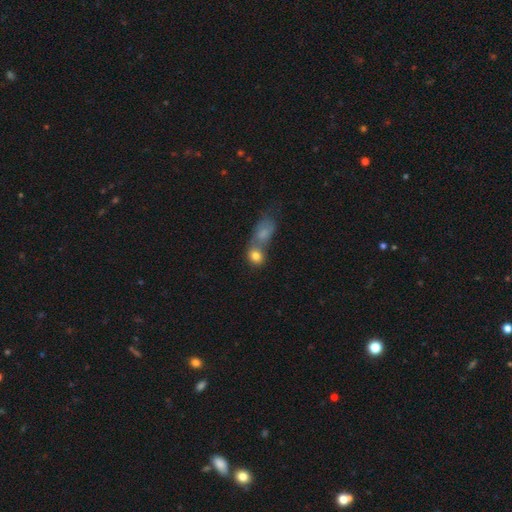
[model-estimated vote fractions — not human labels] The model was most divided on "how rounded": round: 59%, in between: 39%, cigar-shaped: 2%. More confident: smooth or featured — smooth (80%); merging — merger (56%).